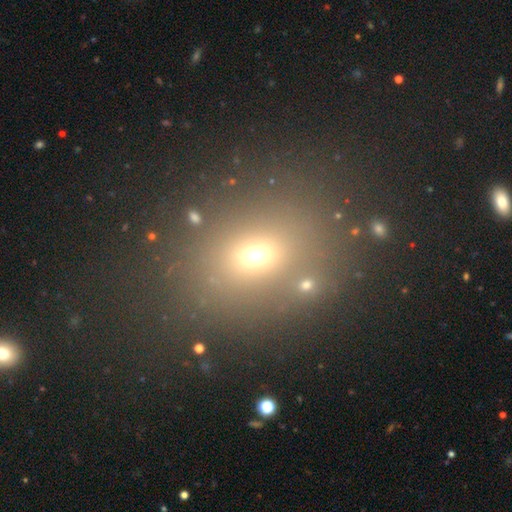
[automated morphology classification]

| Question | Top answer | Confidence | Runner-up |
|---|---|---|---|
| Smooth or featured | smooth | 62% | star or artifact (26%) |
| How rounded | round | 52% | in between (47%) |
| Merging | none | 79% | minor disturbance (10%) |